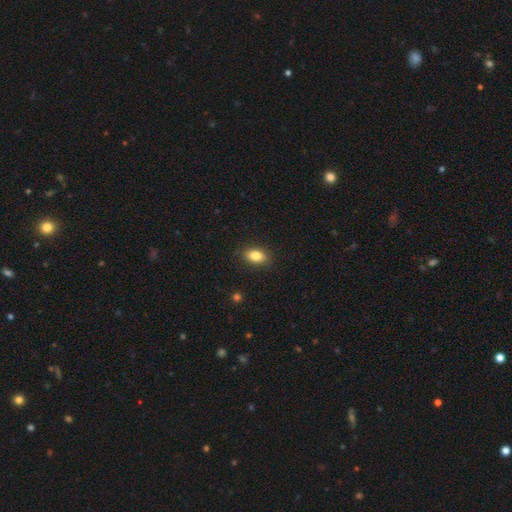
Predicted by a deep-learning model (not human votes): The model was most divided on "smooth or featured": smooth: 83%, featured or disk: 9%, star or artifact: 8%. More confident: merging — none (87%); how rounded — in between (87%).